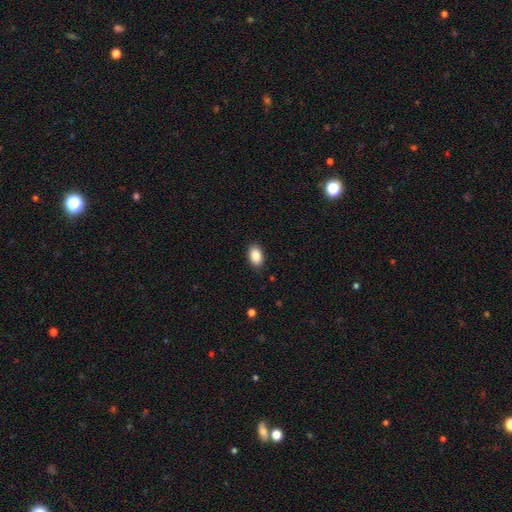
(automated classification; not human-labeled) smooth-or-featured: smooth: 89% | star or artifact: 7% | featured or disk: 3%
  how-rounded: in between: 90% | round: 9% | cigar-shaped: 1%
  merging: none: 88% | minor disturbance: 9% | major disturbance: 2% | merger: 1%